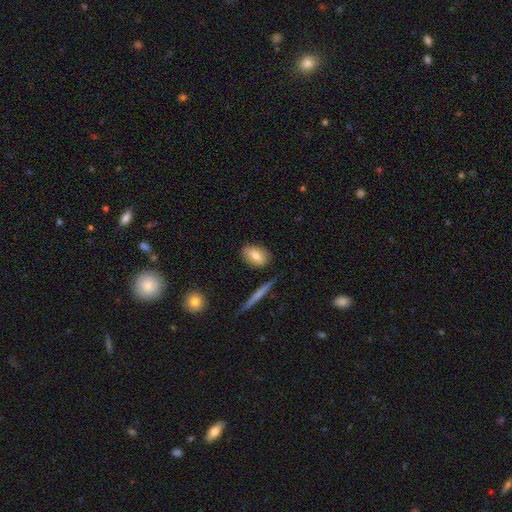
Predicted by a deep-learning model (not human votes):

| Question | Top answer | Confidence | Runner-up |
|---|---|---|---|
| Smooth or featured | smooth | 75% | featured or disk (18%) |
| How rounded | in between | 81% | round (14%) |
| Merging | none | 82% | minor disturbance (12%) |